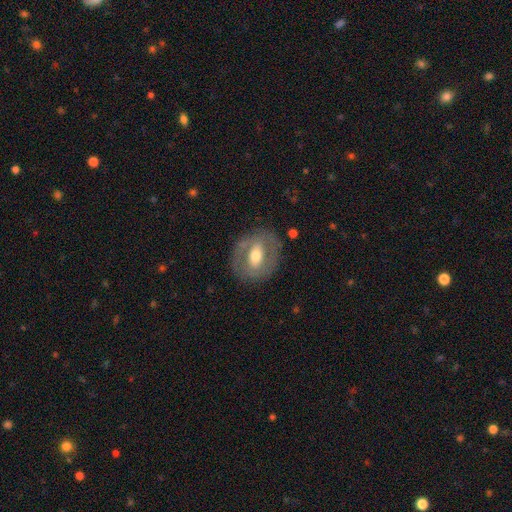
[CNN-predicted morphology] smooth_or_featured: featured or disk (p=0.58) [alt: smooth p=0.35]
disk_edge_on: no (p=0.92) [alt: yes p=0.08]
bar: no (p=0.36) [alt: weak p=0.35]
has_spiral_arms: no (p=0.71) [alt: yes p=0.29]
bulge_size: moderate (p=0.69) [alt: small p=0.16]
merging: none (p=0.79) [alt: minor disturbance p=0.13]